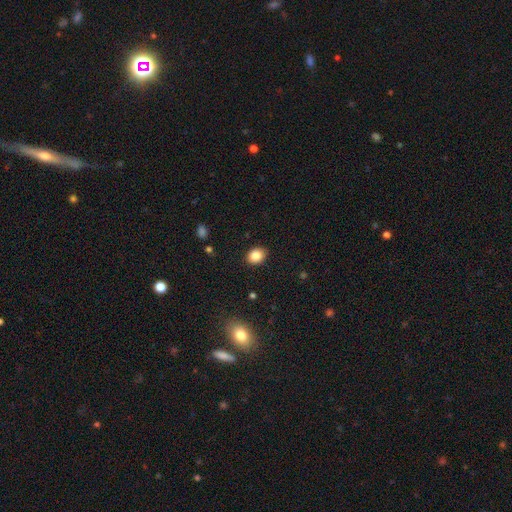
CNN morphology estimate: The model was most divided on "how rounded": in between: 52%, round: 47%, cigar-shaped: 1%. More confident: merging — none (89%); smooth or featured — smooth (85%).